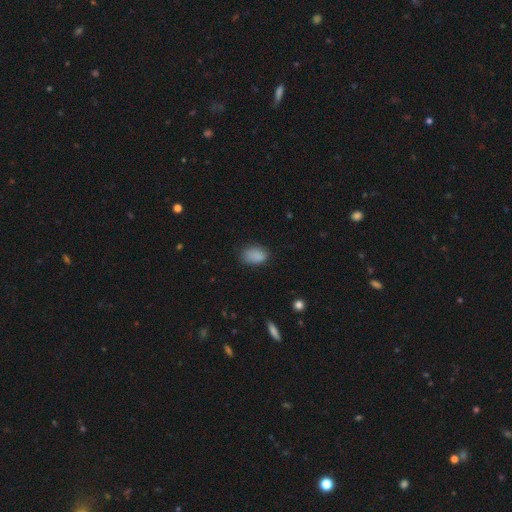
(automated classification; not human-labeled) Smooth or featured? Predicted: smooth (p=0.86). How rounded? Predicted: in between (p=0.86). Merging? Predicted: none (p=0.74).